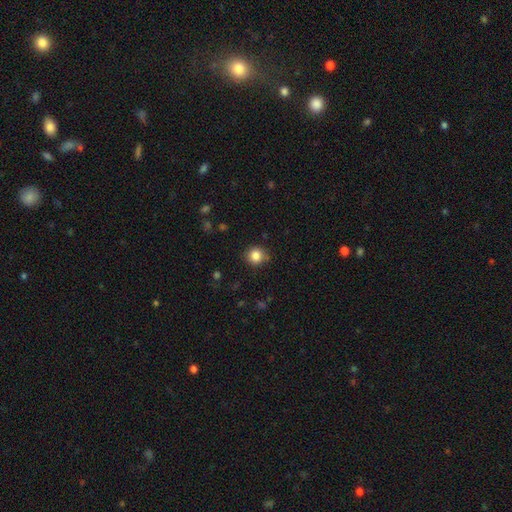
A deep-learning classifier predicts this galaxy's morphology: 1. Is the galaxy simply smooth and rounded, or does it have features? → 84% smooth, 11% star or artifact, 5% featured or disk.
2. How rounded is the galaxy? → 89% round, 10% in between, 1% cigar-shaped.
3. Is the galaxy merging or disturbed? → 86% none, 10% minor disturbance, 3% major disturbance, 2% merger.